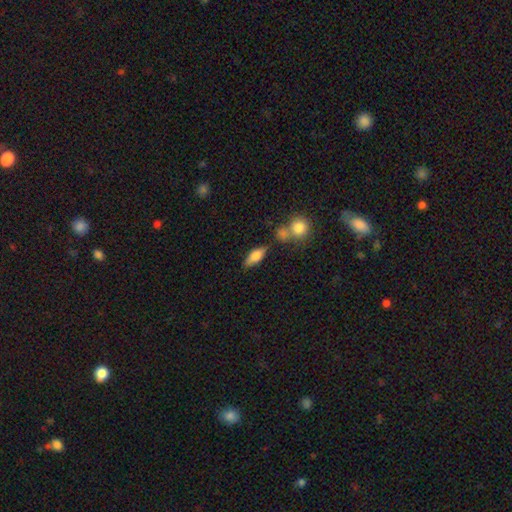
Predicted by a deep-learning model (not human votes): smooth 71%, featured or disk 22%, star or artifact 8%. Down the decision tree: how rounded — in between (74%); merging — none (69%).